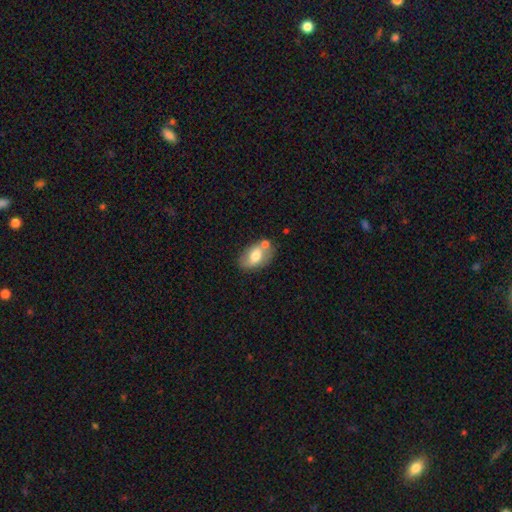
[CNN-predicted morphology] Overall: smooth (62%; featured or disk 31%). How rounded: in between (88%). Merging: none (54%; merger 22%).